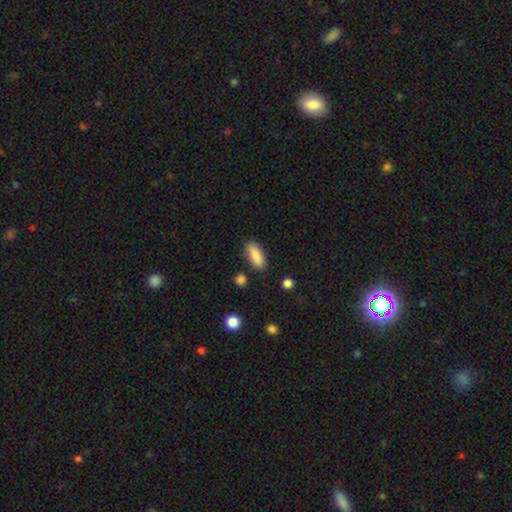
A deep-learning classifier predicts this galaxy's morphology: smooth-or-featured: smooth: 85% | featured or disk: 8% | star or artifact: 7%
  how-rounded: in between: 77% | cigar-shaped: 21% | round: 3%
  merging: none: 82% | minor disturbance: 12% | merger: 3% | major disturbance: 3%